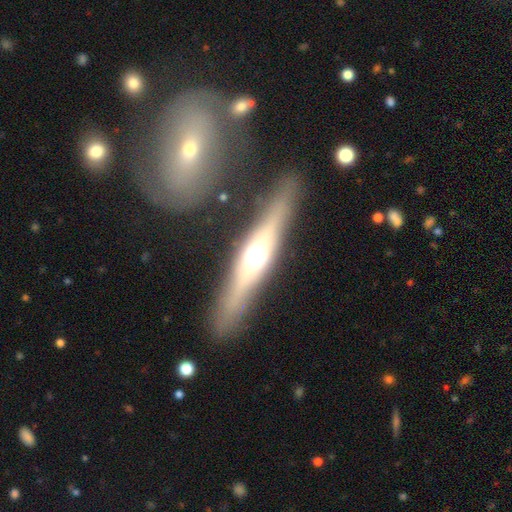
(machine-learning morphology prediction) This is likely a featured or disk galaxy (63%). It is clearly viewed edge-on (91%). Edge-on bulge: clearly rounded (90%). Merging: clearly none (84%).